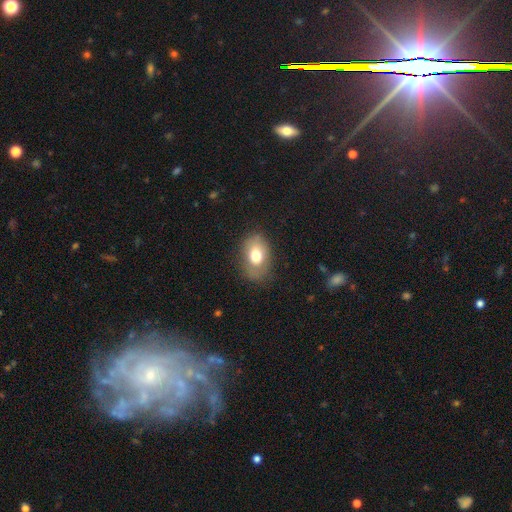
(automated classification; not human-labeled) Q: Smooth or featured?
A: smooth (72%); runner-up: featured or disk (19%)
Q: How rounded?
A: in between (83%); runner-up: round (16%)
Q: Merging?
A: none (73%); runner-up: minor disturbance (19%)